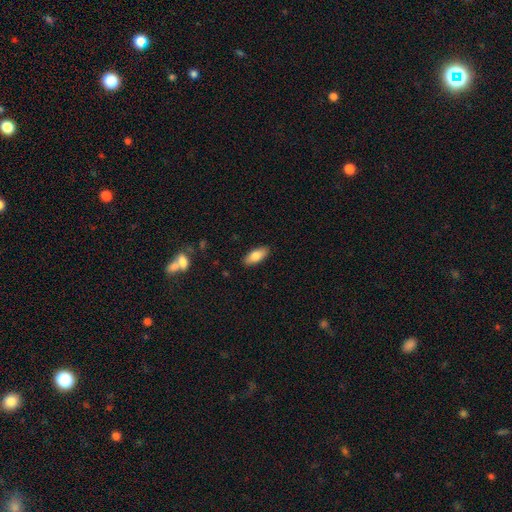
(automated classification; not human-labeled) Smooth or featured? Predicted: smooth (p=0.79). How rounded? Predicted: in between (p=0.81). Merging? Predicted: none (p=0.89).